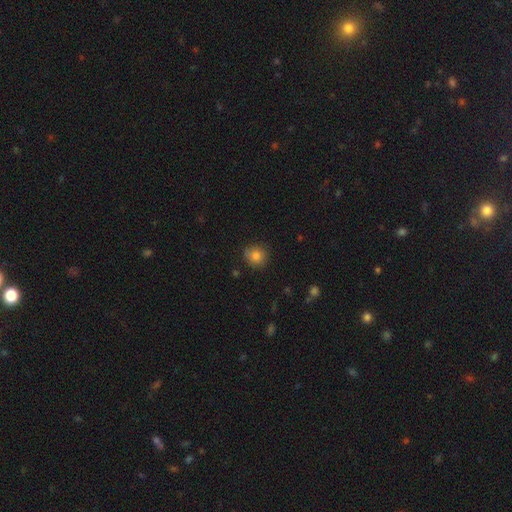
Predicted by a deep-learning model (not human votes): The model was most divided on "merging": none: 81%, minor disturbance: 15%, major disturbance: 3%, merger: 1%. More confident: how rounded — round (87%); smooth or featured — smooth (84%).